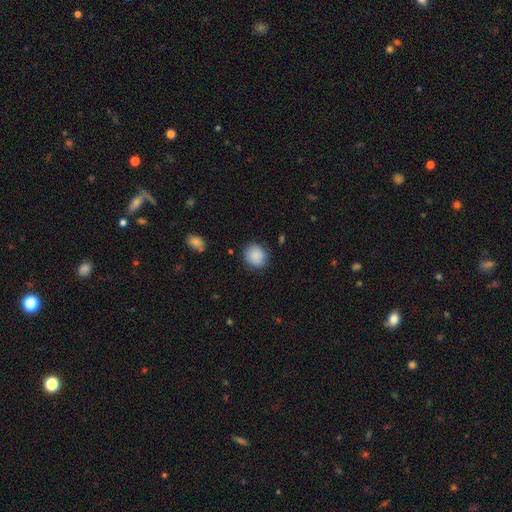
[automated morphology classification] This appears to be a smooth galaxy with no disk features (89%) that is round (83%). Merging: none (86%).